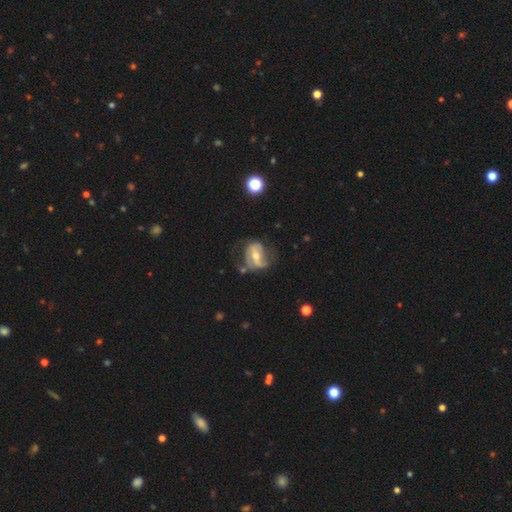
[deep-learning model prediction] Smooth or featured? Predicted: featured or disk (p=0.77). Edge-on disk? Predicted: no (p=0.97). Bar? Predicted: weak (p=0.40). Spiral arms? Predicted: yes (p=0.87). Spiral winding? Predicted: medium (p=0.43). Spiral arm count? Predicted: 2 (p=0.72). Bulge size? Predicted: moderate (p=0.62). Merging? Predicted: none (p=0.51).